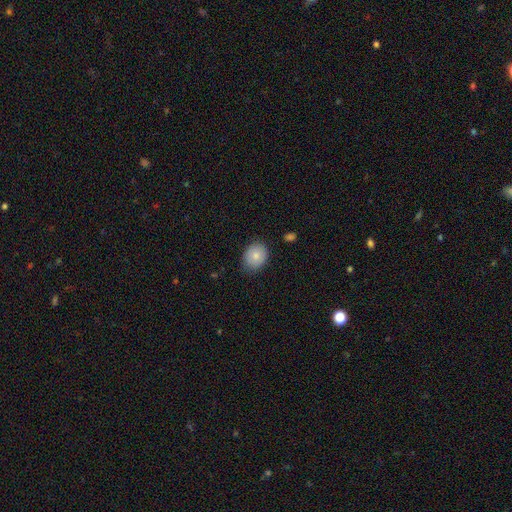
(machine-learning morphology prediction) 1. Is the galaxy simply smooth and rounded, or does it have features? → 82% smooth, 10% featured or disk, 8% star or artifact.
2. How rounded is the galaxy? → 55% round, 44% in between, 1% cigar-shaped.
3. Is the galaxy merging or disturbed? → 78% none, 17% minor disturbance, 3% major disturbance, 1% merger.